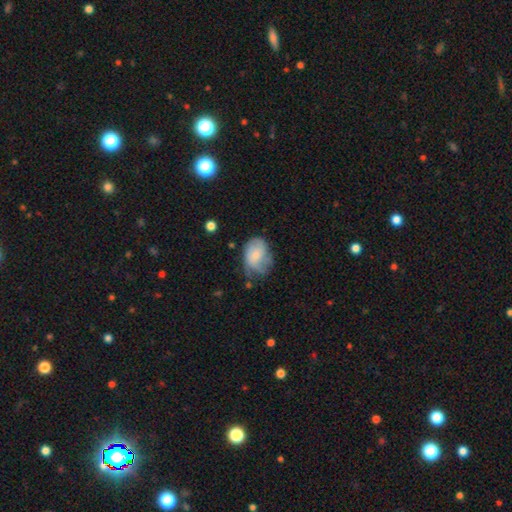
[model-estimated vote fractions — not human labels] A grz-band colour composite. It shows a smooth galaxy with no disk features (64%) that is in between round and cigar-shaped (75%). Merging: none (39%, tied with minor disturbance).